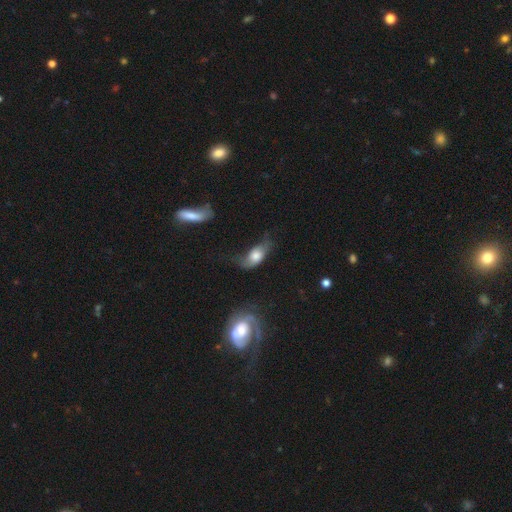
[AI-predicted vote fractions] Smooth or featured?
  - smooth: 60% *
  - featured or disk: 32%
  - star or artifact: 9%
How rounded?
  - in between: 84% *
  - round: 9%
  - cigar-shaped: 8%
Merging?
  - none: 33% *
  - minor disturbance: 32%
  - major disturbance: 30%
  - merger: 4%